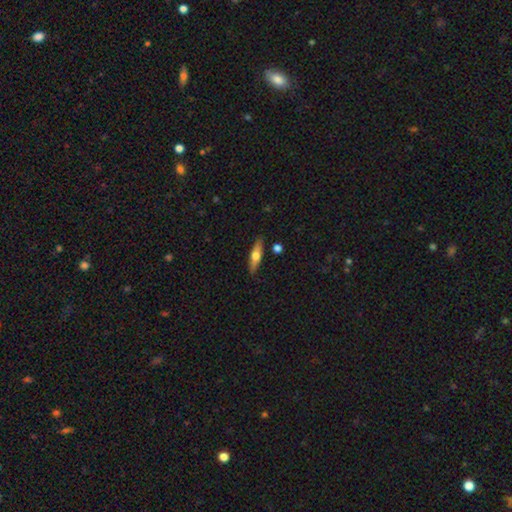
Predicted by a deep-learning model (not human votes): Smooth or featured: featured or disk — 49% (smooth — 45%)
Merging: none — 88% (minor disturbance — 8%)